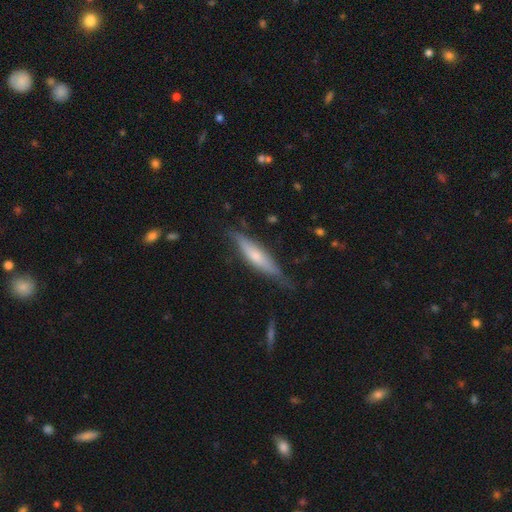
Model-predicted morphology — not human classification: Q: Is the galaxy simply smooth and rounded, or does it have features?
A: smooth — 48%.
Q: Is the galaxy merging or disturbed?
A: none — 70%.